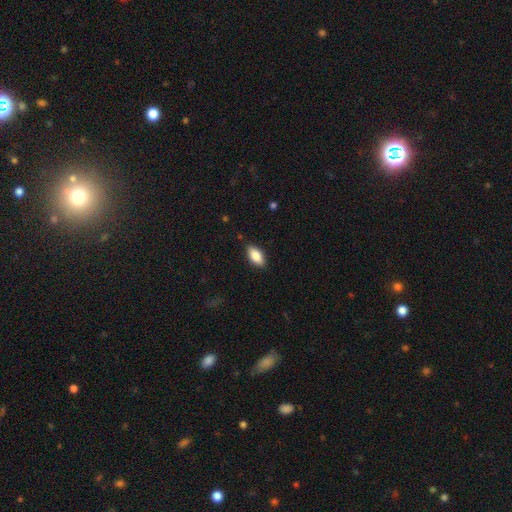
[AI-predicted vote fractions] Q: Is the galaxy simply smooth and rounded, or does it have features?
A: smooth — 84%.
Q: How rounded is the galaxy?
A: in between — 89%.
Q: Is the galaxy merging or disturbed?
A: none — 87%.